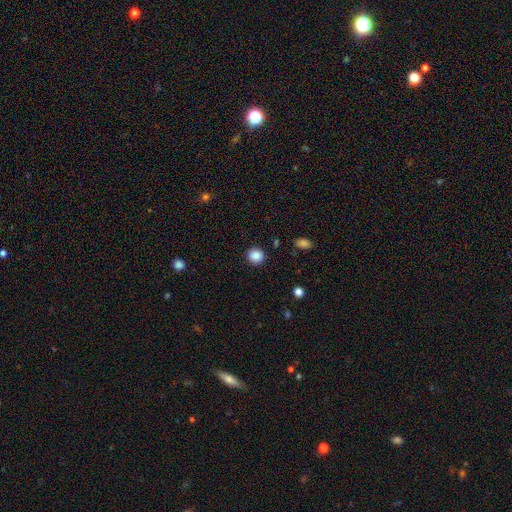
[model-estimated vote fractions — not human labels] Smooth or featured?
  - smooth: 86% *
  - star or artifact: 10%
  - featured or disk: 4%
How rounded?
  - round: 90% *
  - in between: 9%
  - cigar-shaped: 1%
Merging?
  - none: 90% *
  - minor disturbance: 6%
  - major disturbance: 2%
  - merger: 1%